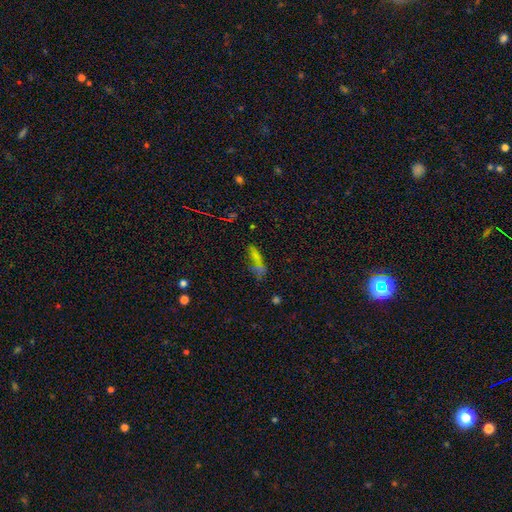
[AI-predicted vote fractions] Q: Smooth or featured?
A: smooth (48%); runner-up: star or artifact (31%)
Q: Merging?
A: none (47%); runner-up: minor disturbance (18%)